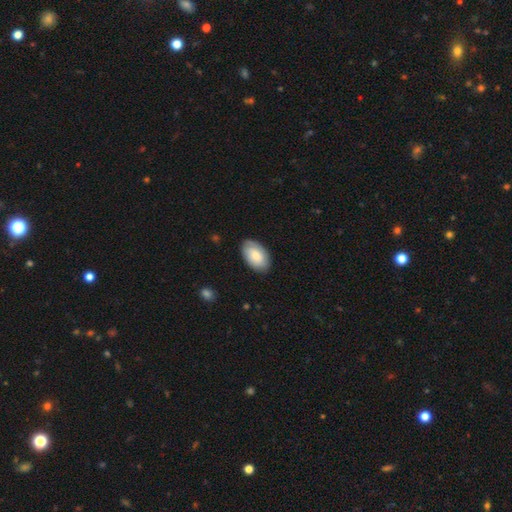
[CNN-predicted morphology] A smooth galaxy with no disk features (72%) that is in between round and cigar-shaped (93%).

Vote fractions:
- Smooth or featured? smooth: 72% / featured or disk: 22% / star or artifact: 6%
- How rounded? in between: 93% / round: 5% / cigar-shaped: 1%
- Merging? none: 83% / minor disturbance: 13% / major disturbance: 3% / merger: 1%